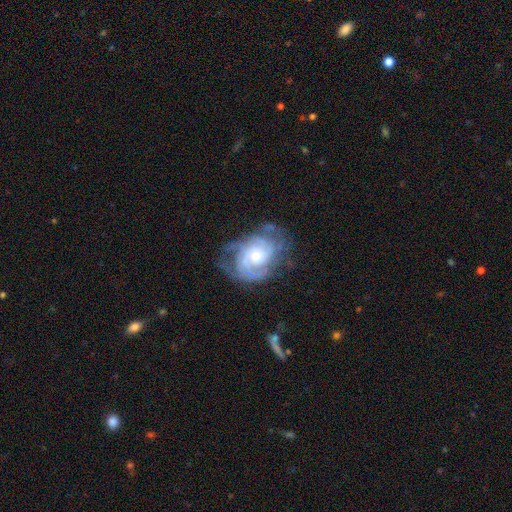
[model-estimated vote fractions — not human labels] featured or disk 86%, smooth 9%, star or artifact 6%. Down the decision tree: edge-on disk — no (97%); bar — no (72%); spiral arms — yes (95%); spiral arm count — can't tell (30%); spiral winding — tight (60%); bulge size — small (55%); merging — none (63%).